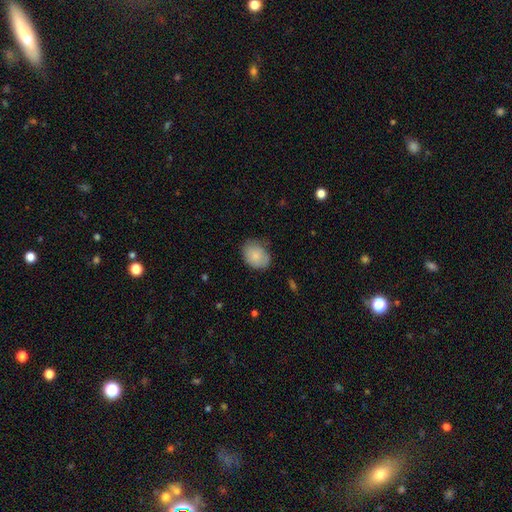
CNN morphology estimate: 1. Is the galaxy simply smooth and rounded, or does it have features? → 83% smooth, 9% featured or disk, 7% star or artifact.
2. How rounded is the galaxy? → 65% in between, 34% round, 1% cigar-shaped.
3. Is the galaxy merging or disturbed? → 71% none, 23% minor disturbance, 5% major disturbance, 1% merger.